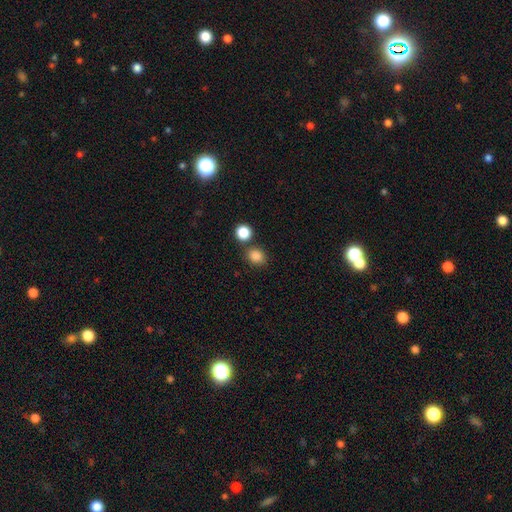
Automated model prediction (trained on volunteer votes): Smooth or featured: smooth — 84% (star or artifact — 12%)
How rounded: round — 62% (in between — 37%)
Merging: none — 75% (merger — 13%)